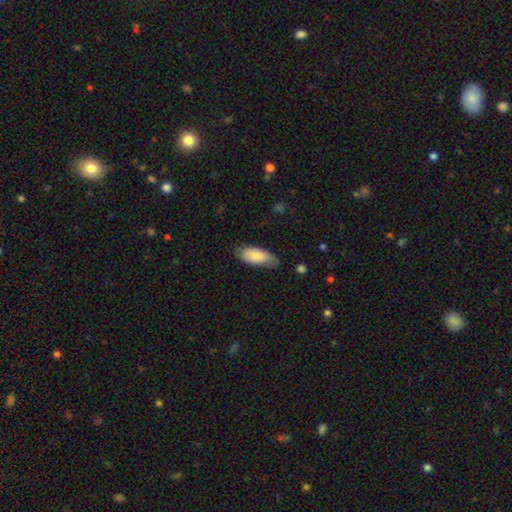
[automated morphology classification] This is clearly a smooth galaxy (81%). How rounded: clearly in between (88%). Merging: likely none (63%).